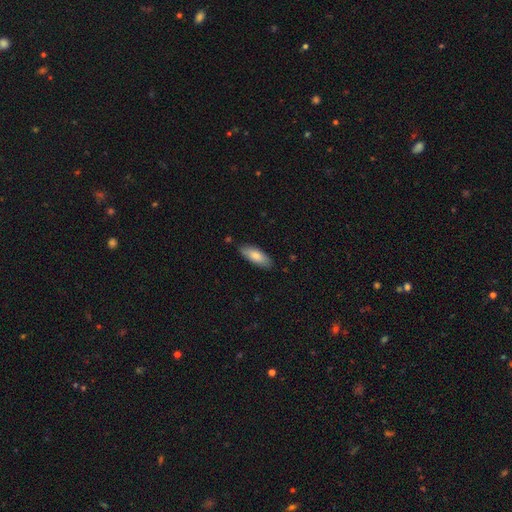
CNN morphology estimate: Smooth or featured? smooth (79%)
How rounded? in between (70%)
Merging? none (82%)